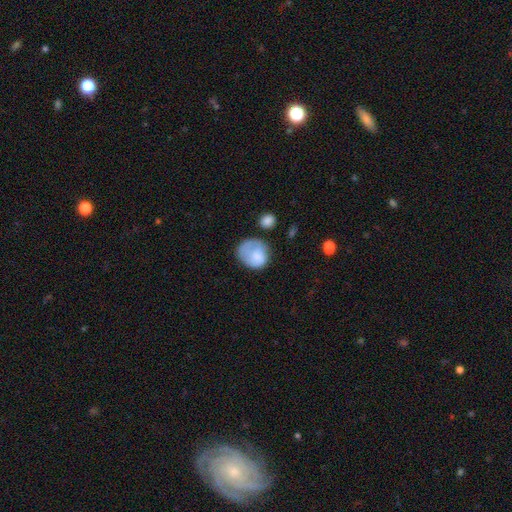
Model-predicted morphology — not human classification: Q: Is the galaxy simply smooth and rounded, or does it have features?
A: smooth — 75%.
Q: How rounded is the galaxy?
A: round — 65%.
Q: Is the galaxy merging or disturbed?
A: none — 41%.